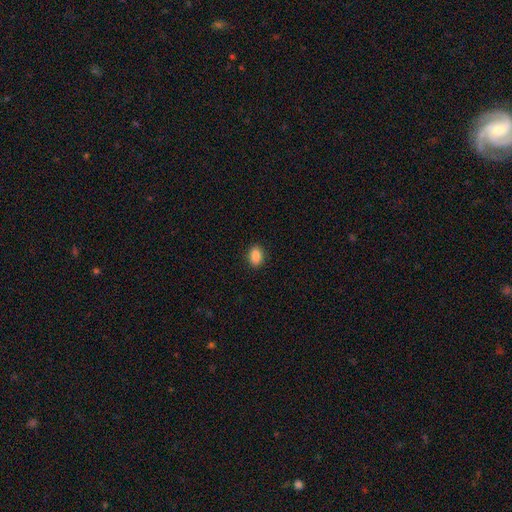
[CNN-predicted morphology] This appears to be a smooth galaxy with no disk features (88%) that is in between round and cigar-shaped (82%). Merging: none (89%).